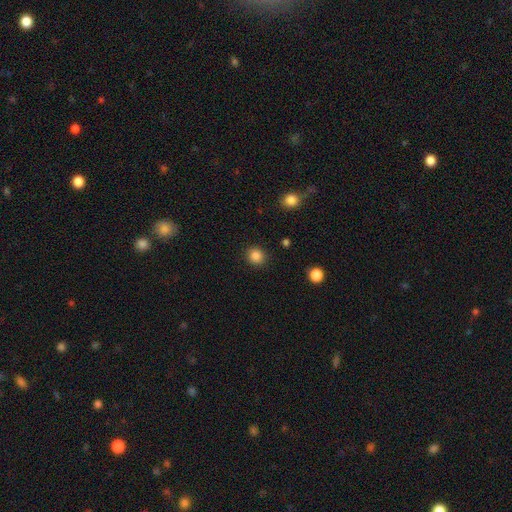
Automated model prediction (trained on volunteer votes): Overall: smooth (85%). How rounded: round (87%). Merging: none (90%).